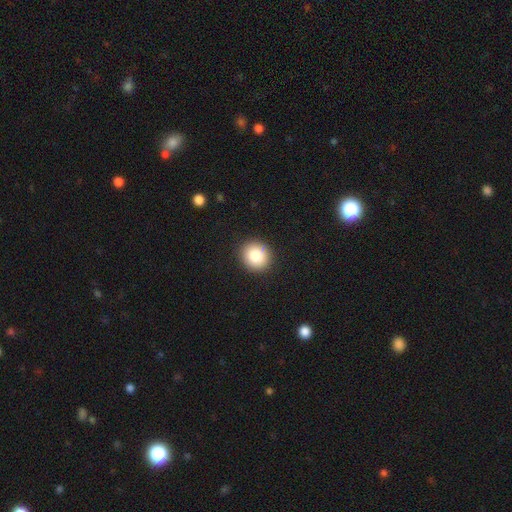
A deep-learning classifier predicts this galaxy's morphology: Q: Smooth or featured?
A: smooth (84%); runner-up: star or artifact (9%)
Q: How rounded?
A: round (85%); runner-up: in between (14%)
Q: Merging?
A: none (92%); runner-up: minor disturbance (6%)